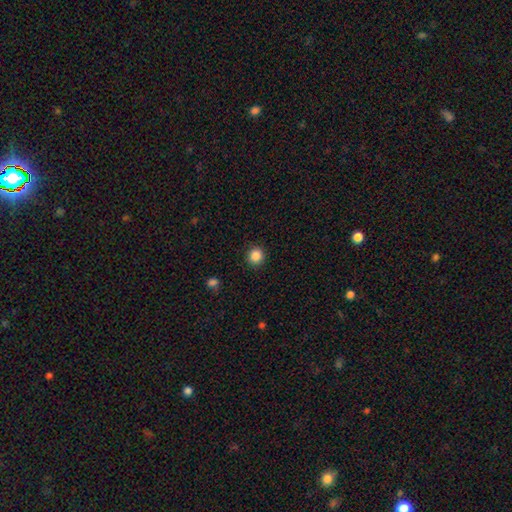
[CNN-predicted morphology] A smooth galaxy with no disk features (86%) that is round (92%). Merging: none (91%).